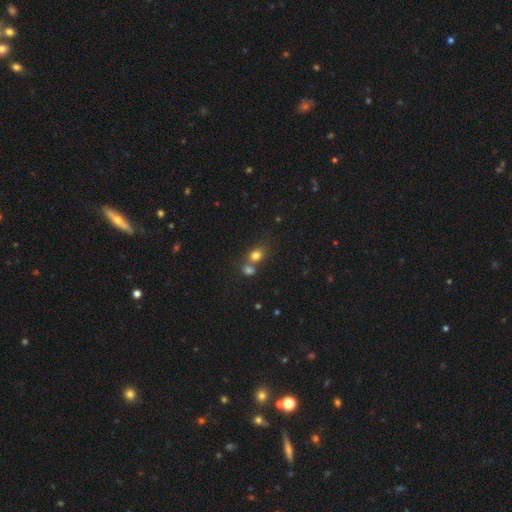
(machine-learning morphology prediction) A smooth galaxy with no disk features (78%) that is round (50%).

Vote fractions:
- Smooth or featured? smooth: 78% / star or artifact: 13% / featured or disk: 9%
- How rounded? round: 50% / in between: 48% / cigar-shaped: 1%
- Merging? merger: 46% / none: 41% / minor disturbance: 9% / major disturbance: 4%